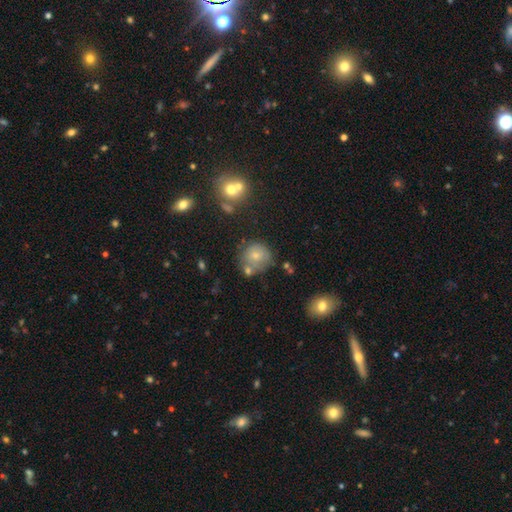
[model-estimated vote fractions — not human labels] This appears to be a smooth galaxy with no disk features (68%) that is round (86%). Merging: none (56%).